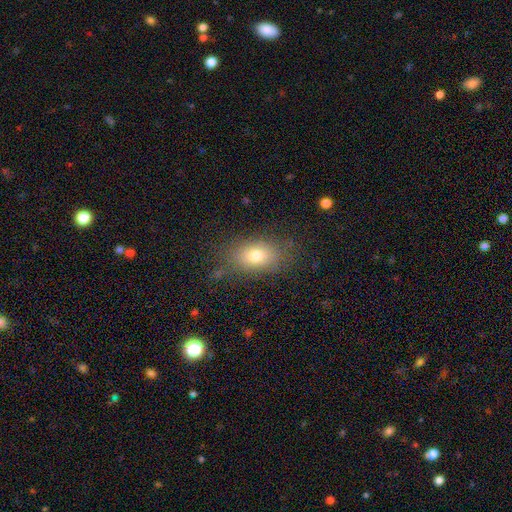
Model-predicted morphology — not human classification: Overall: smooth (76%). How rounded: in between (82%). Merging: none (75%).